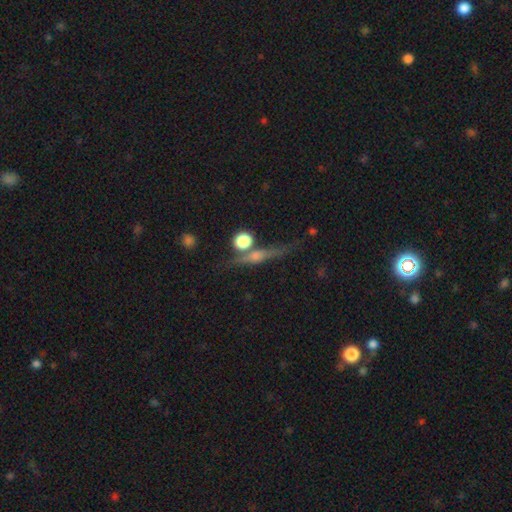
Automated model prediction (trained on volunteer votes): This is possibly a featured or disk galaxy (55%). It is clearly viewed edge-on (91%). Edge-on bulge: likely rounded (78%). Merging: likely none (73%).